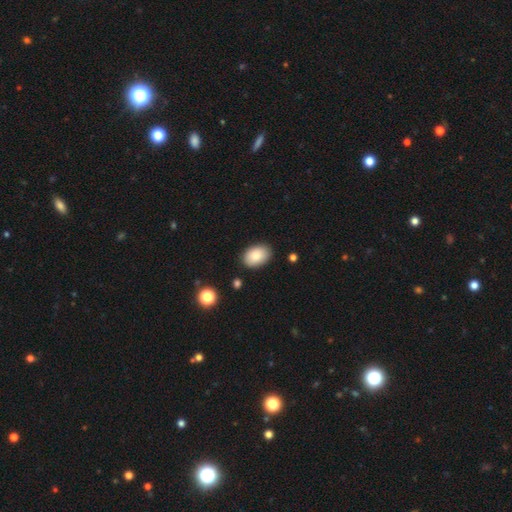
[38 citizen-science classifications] smooth 84%, star or artifact 11%, featured or disk 5%. Down the decision tree: how rounded — in between (94%); merging — none (85%).